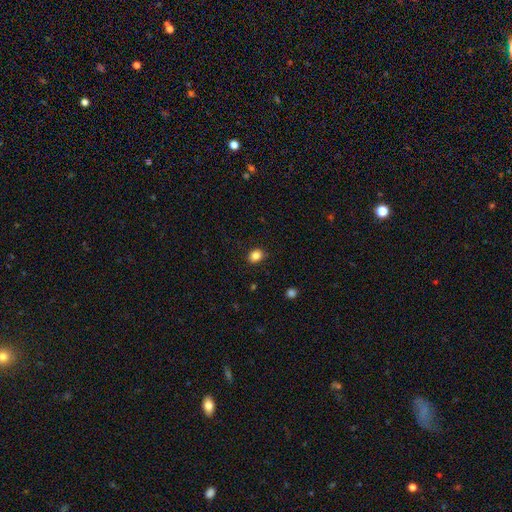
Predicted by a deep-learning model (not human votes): smooth_or_featured: smooth (p=0.84) [alt: star or artifact p=0.10]
how_rounded: round (p=0.50) [alt: in between p=0.49]
merging: none (p=0.88) [alt: minor disturbance p=0.09]